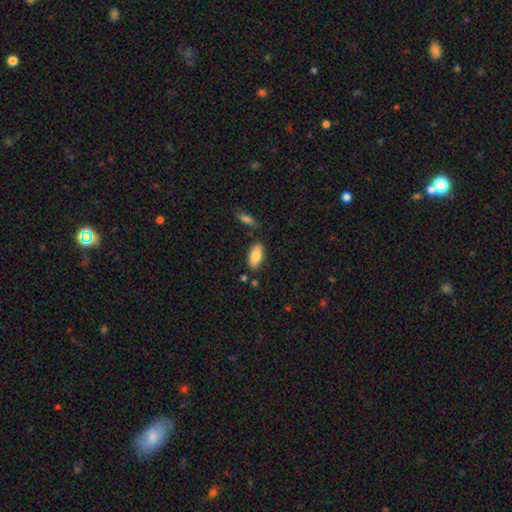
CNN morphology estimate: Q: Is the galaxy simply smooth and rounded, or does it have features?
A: smooth — 83%.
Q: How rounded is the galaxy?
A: in between — 88%.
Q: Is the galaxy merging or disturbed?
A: none — 80%.